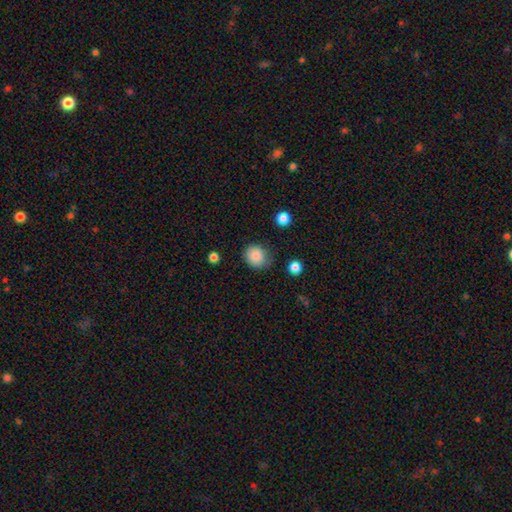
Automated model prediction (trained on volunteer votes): The model was most divided on "merging": none: 72%, minor disturbance: 21%, major disturbance: 5%, merger: 2%. More confident: smooth or featured — smooth (86%); how rounded — round (81%).